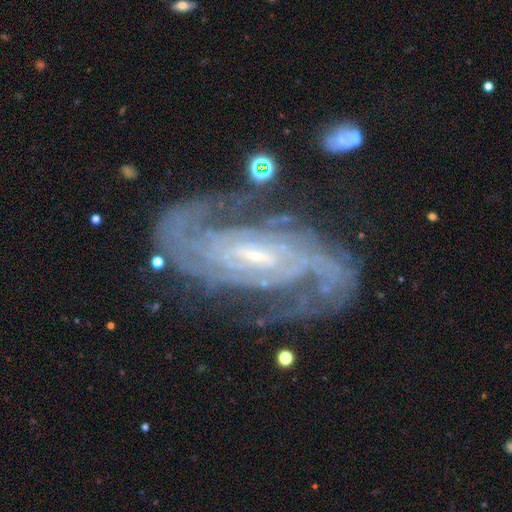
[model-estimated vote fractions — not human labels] A featured or disk galaxy (91%) with a weak bar (47%), 2 (59%) tight (62%) spiral arms (98%) and a small central bulge (67%).

Vote fractions:
- Smooth or featured? featured or disk: 91% / star or artifact: 5% / smooth: 4%
- Edge-on disk? no: 96% / yes: 4%
- Bar? weak: 47% / strong: 28% / no: 25%
- Spiral arms? yes: 98% / no: 2%
- Spiral winding? tight: 62% / medium: 33% / loose: 6%
- Spiral arm count? 2: 59% / can't tell: 13% / 3: 12% / 4: 7% / more than 4: 5% / 1: 5%
- Bulge size? small: 67% / moderate: 24% / none: 5% / large: 3% / dominant: 1%
- Merging? none: 75% / minor disturbance: 15% / major disturbance: 7% / merger: 3%